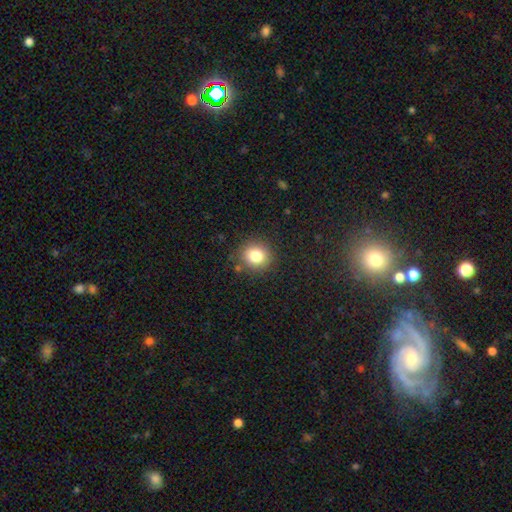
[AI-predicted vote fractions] The model was most divided on "smooth or featured": smooth: 81%, star or artifact: 12%, featured or disk: 7%. More confident: how rounded — round (87%); merging — none (87%).